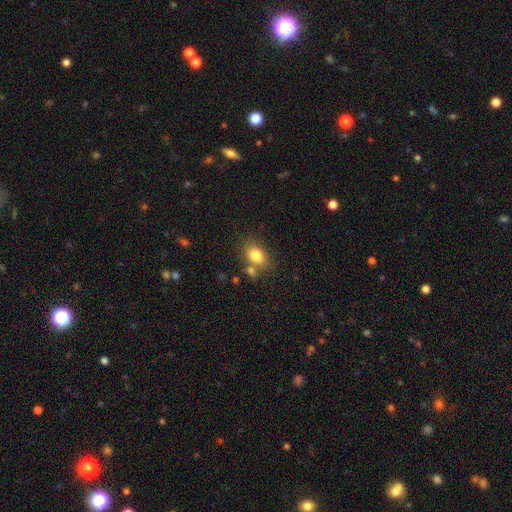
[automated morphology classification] Smooth or featured?
  - smooth: 81% *
  - star or artifact: 10%
  - featured or disk: 9%
How rounded?
  - in between: 71% *
  - round: 28%
  - cigar-shaped: 1%
Merging?
  - none: 63% *
  - merger: 19%
  - minor disturbance: 13%
  - major disturbance: 4%